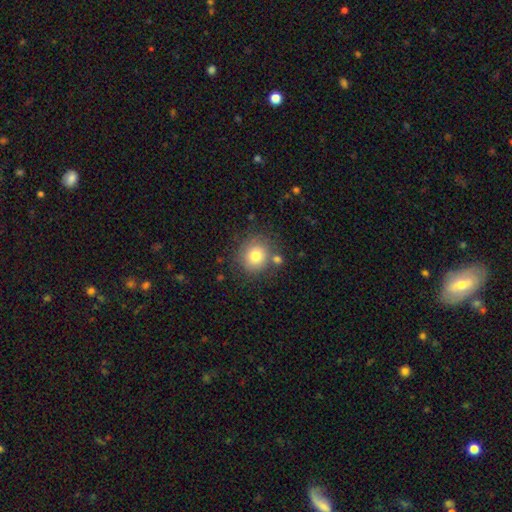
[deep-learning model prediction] Smooth or featured? Predicted: smooth (p=0.78). How rounded? Predicted: round (p=0.85). Merging? Predicted: none (p=0.74).